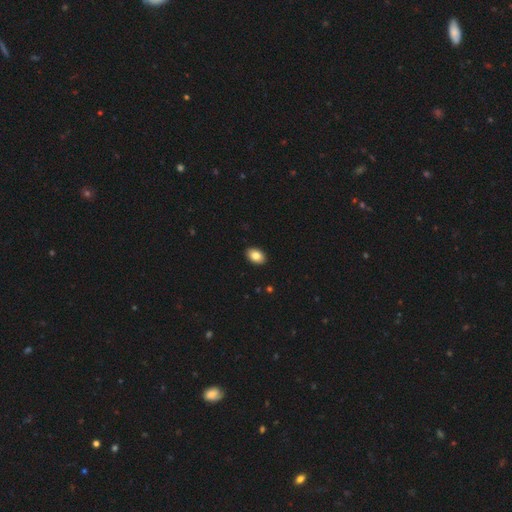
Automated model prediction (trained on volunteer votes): Smooth or featured?
  - smooth: 84% *
  - star or artifact: 8%
  - featured or disk: 8%
How rounded?
  - in between: 86% *
  - round: 13%
  - cigar-shaped: 1%
Merging?
  - none: 91% *
  - minor disturbance: 6%
  - major disturbance: 1%
  - merger: 1%